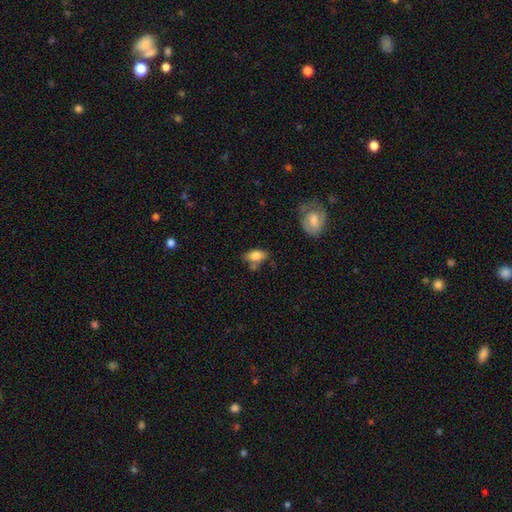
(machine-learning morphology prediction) The model was most divided on "merging": none: 56%, minor disturbance: 24%, merger: 13%, major disturbance: 7%. More confident: how rounded — in between (87%); smooth or featured — smooth (79%).